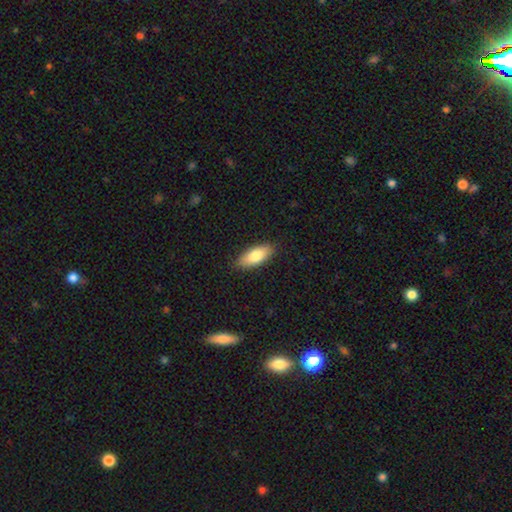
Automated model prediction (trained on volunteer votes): smooth_or_featured: smooth (p=0.81) [alt: featured or disk p=0.13]
how_rounded: in between (p=0.81) [alt: cigar-shaped p=0.16]
merging: none (p=0.87) [alt: minor disturbance p=0.10]